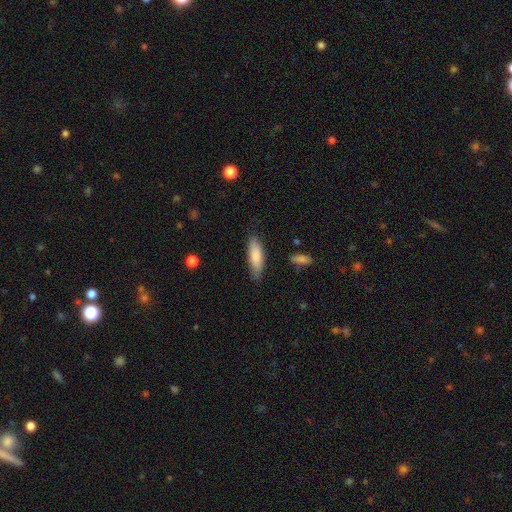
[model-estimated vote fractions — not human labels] Smooth or featured?
  - smooth: 83% *
  - featured or disk: 11%
  - star or artifact: 6%
How rounded?
  - in between: 51% *
  - cigar-shaped: 48%
  - round: 2%
Merging?
  - none: 77% *
  - minor disturbance: 18%
  - major disturbance: 4%
  - merger: 2%